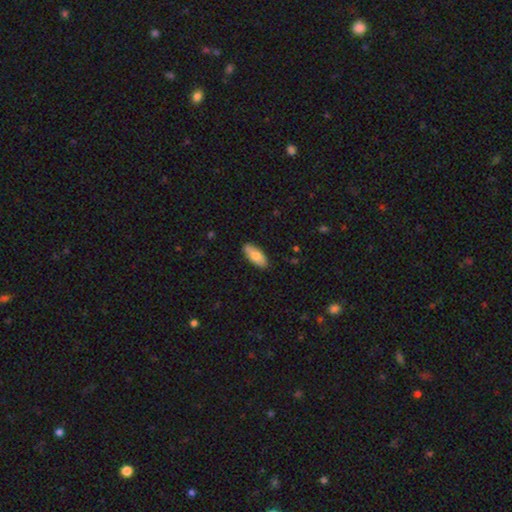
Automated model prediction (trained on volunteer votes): Overall: smooth (78%). How rounded: in between (84%). Merging: none (85%).